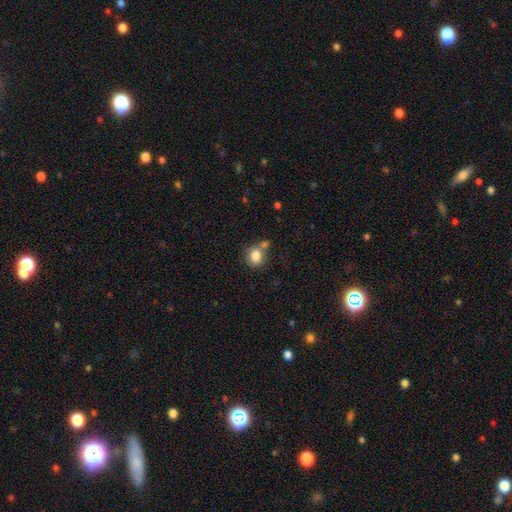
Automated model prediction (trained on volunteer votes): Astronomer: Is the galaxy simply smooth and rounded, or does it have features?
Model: smooth — 83%.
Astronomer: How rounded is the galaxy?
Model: round — 58% (runner-up: in between, 41%).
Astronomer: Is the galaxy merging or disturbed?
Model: none — 55%.